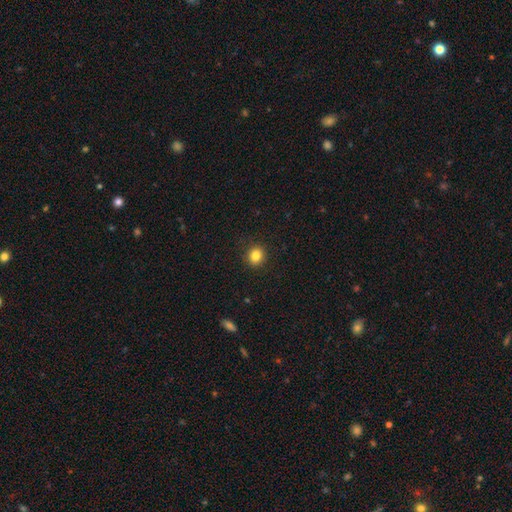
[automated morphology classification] This appears to be a smooth galaxy with no disk features (83%) that is round (85%). Merging: none (91%).